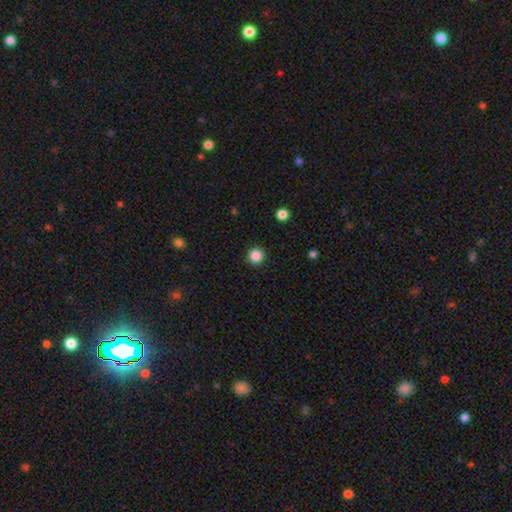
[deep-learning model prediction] Overall: smooth (85%). How rounded: round (96%). Merging: none (93%).